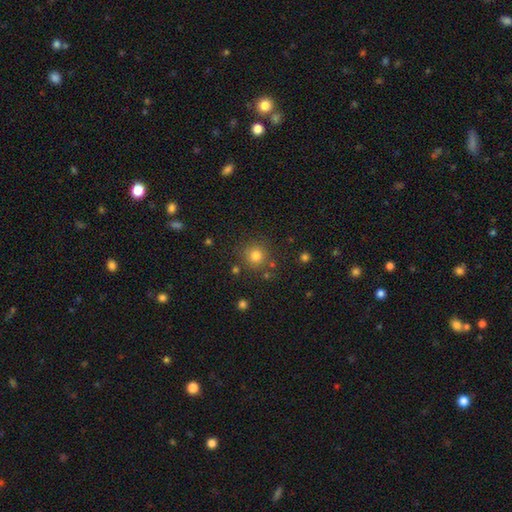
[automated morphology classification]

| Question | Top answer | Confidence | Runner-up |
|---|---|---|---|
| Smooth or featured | smooth | 79% | star or artifact (14%) |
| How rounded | round | 93% | in between (6%) |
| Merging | none | 82% | minor disturbance (9%) |